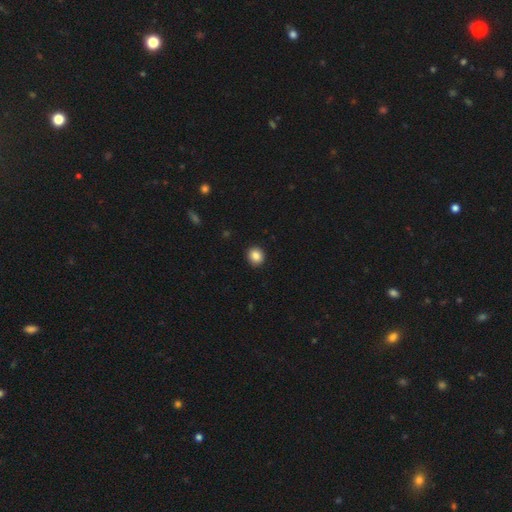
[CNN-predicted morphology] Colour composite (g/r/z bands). It shows a smooth galaxy with no disk features (87%) that is round (85%). Merging: none (92%).